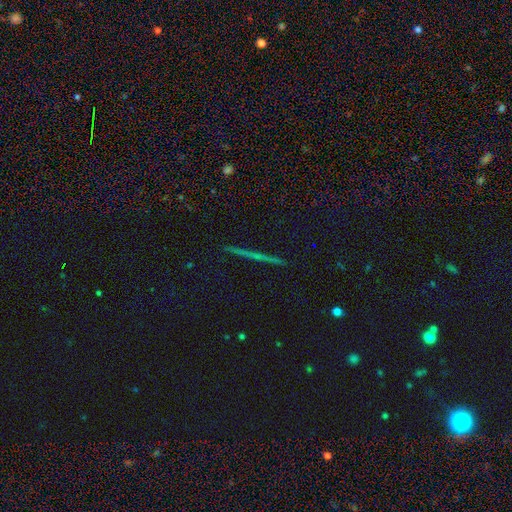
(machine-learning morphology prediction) type=featured or disk (45%); merging=none (93%).